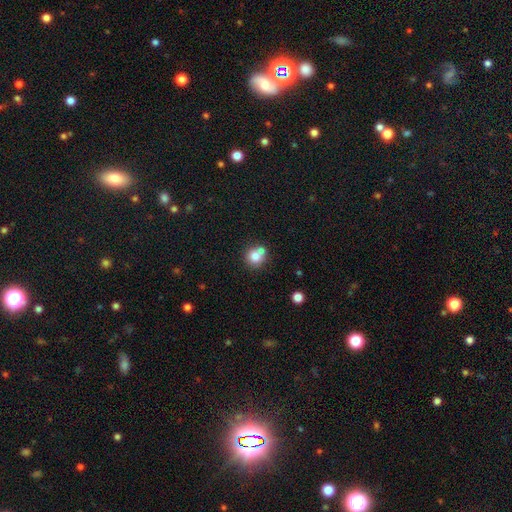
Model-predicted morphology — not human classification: Smooth or featured: smooth — 78% (featured or disk — 11%)
How rounded: round — 89% (in between — 11%)
Merging: none — 54% (merger — 34%)